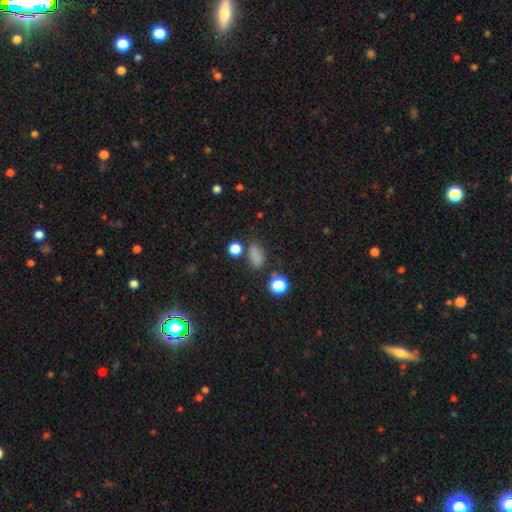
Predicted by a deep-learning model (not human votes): This is likely a smooth galaxy (77%). How rounded: likely in between (80%). Merging: likely none (71%).